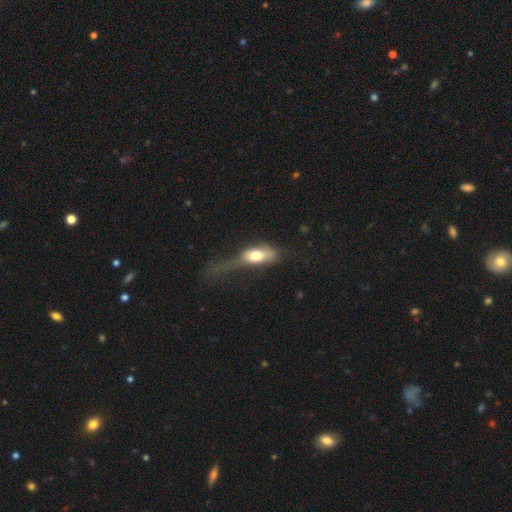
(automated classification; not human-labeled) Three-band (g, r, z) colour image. It shows a smooth galaxy with no disk features (69%) that is in between round and cigar-shaped (77%). Merging: major disturbance (51%).